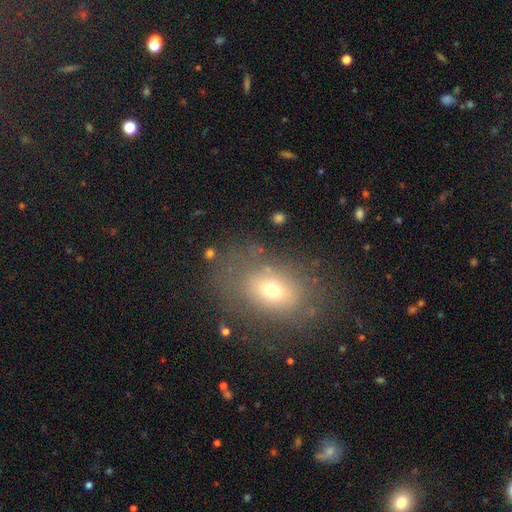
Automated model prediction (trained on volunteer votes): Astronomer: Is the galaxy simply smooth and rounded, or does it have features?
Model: smooth — 45% (runner-up: featured or disk, 30%).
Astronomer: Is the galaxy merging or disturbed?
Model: none — 79%.